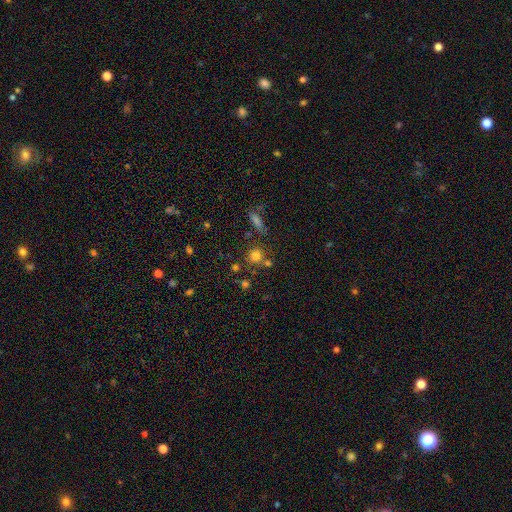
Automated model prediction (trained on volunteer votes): smooth_or_featured: smooth (p=0.76) [alt: star or artifact p=0.15]
how_rounded: round (p=0.87) [alt: in between p=0.11]
merging: none (p=0.69) [alt: merger p=0.17]